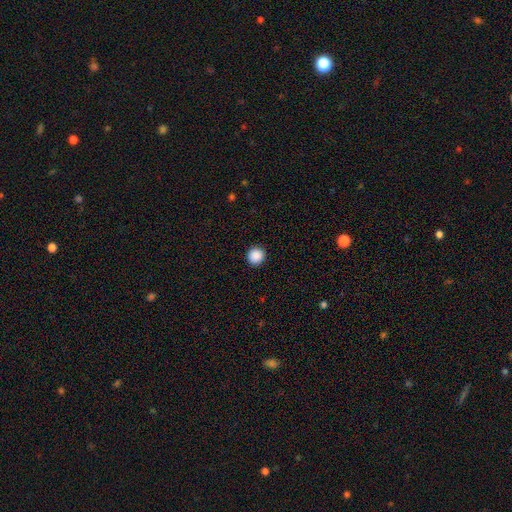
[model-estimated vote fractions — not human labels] A smooth galaxy with no disk features (89%) that is round (95%).

Vote fractions:
- Smooth or featured? smooth: 89% / star or artifact: 9% / featured or disk: 2%
- How rounded? round: 95% / in between: 4% / cigar-shaped: 1%
- Merging? none: 93% / minor disturbance: 4% / major disturbance: 2% / merger: 1%